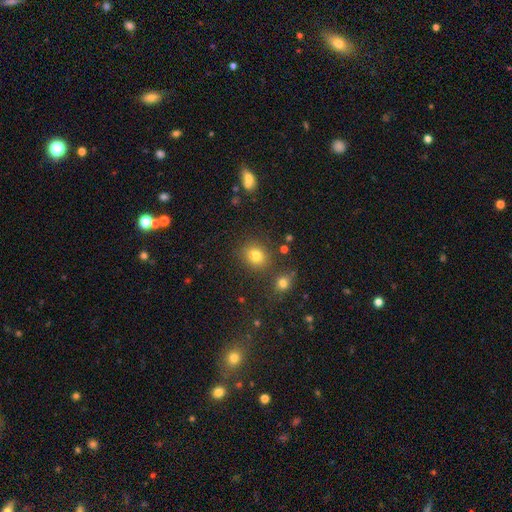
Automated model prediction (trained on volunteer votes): The model was most divided on "how rounded": round: 72%, in between: 27%, cigar-shaped: 1%. More confident: merging — none (81%); smooth or featured — smooth (77%).